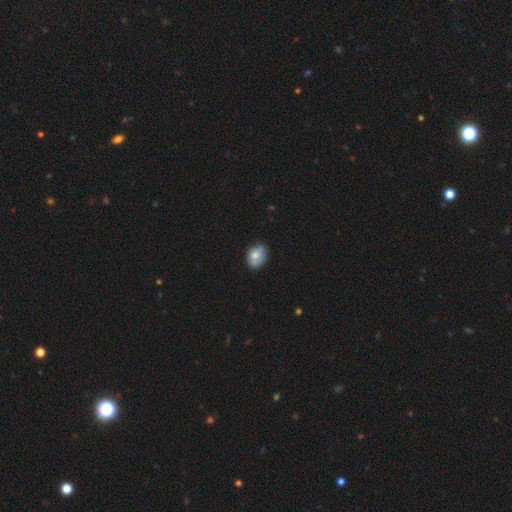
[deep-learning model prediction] Q: Smooth or featured?
A: smooth (69%); runner-up: featured or disk (22%)
Q: How rounded?
A: in between (64%); runner-up: round (35%)
Q: Merging?
A: none (61%); runner-up: minor disturbance (30%)